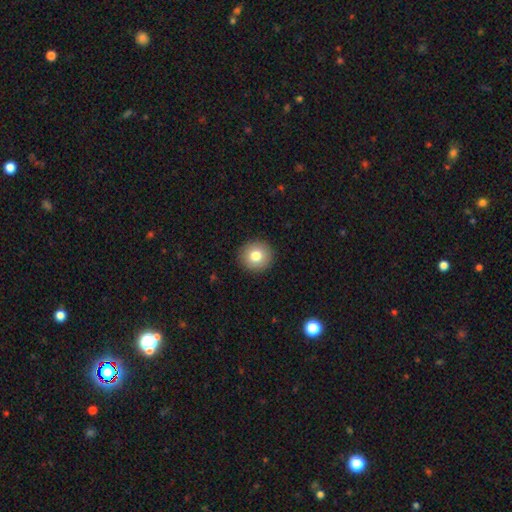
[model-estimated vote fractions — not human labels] A smooth galaxy with no disk features (79%) that is round (91%).

Vote fractions:
- Smooth or featured? smooth: 79% / featured or disk: 11% / star or artifact: 10%
- How rounded? round: 91% / in between: 8% / cigar-shaped: 1%
- Merging? none: 92% / minor disturbance: 5% / major disturbance: 2% / merger: 1%